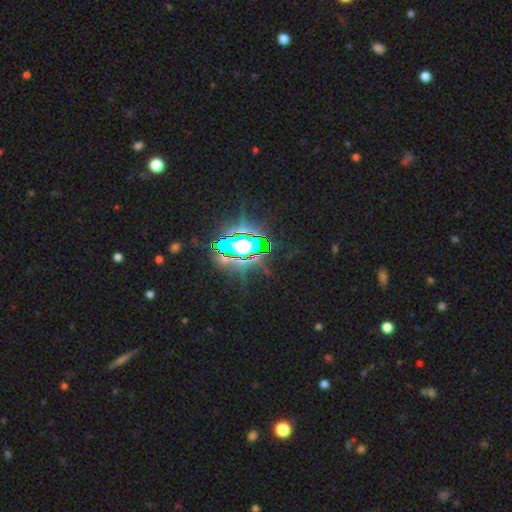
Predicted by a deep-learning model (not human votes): Smooth or featured: star or artifact — 85% (smooth — 8%)